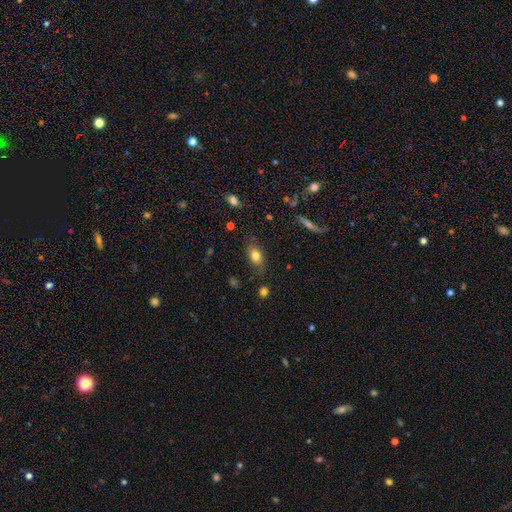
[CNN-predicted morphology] A smooth galaxy with no disk features (77%) that is in between round and cigar-shaped (85%).

Vote fractions:
- Smooth or featured? smooth: 77% / featured or disk: 14% / star or artifact: 9%
- How rounded? in between: 85% / round: 11% / cigar-shaped: 4%
- Merging? none: 75% / minor disturbance: 19% / major disturbance: 5% / merger: 2%